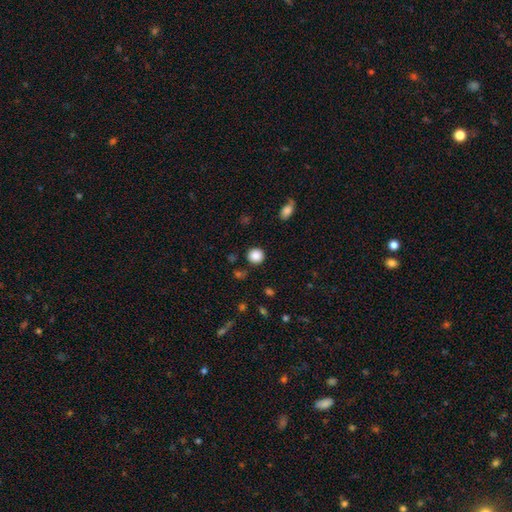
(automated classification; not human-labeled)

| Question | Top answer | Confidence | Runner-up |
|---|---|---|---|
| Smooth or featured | smooth | 87% | star or artifact (10%) |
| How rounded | round | 92% | in between (7%) |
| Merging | none | 89% | minor disturbance (6%) |